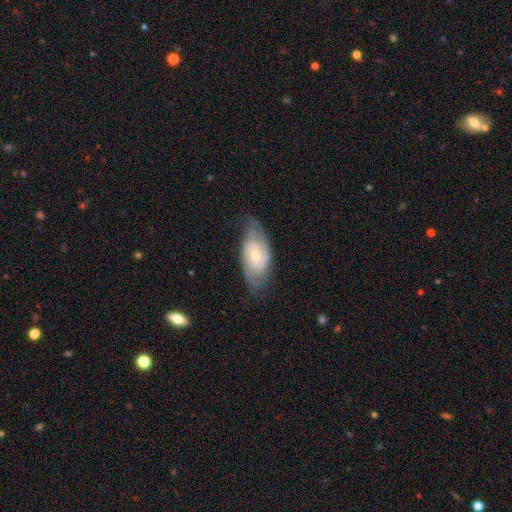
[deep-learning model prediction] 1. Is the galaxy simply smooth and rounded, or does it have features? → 75% featured or disk, 19% smooth, 6% star or artifact.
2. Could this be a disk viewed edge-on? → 94% no, 6% yes.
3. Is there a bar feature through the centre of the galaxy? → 56% no, 38% weak, 7% strong.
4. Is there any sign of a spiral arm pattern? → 91% yes, 9% no.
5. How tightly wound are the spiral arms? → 45% tight, 41% medium, 14% loose.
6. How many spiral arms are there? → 63% 2, 23% can't tell, 7% 3, 3% 1, 2% 4, 2% more than 4.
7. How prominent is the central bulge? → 48% small (tied), 48% moderate (tied), 2% large, 1% none, 1% dominant.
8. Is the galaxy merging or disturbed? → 64% none, 25% minor disturbance, 9% major disturbance, 1% merger.